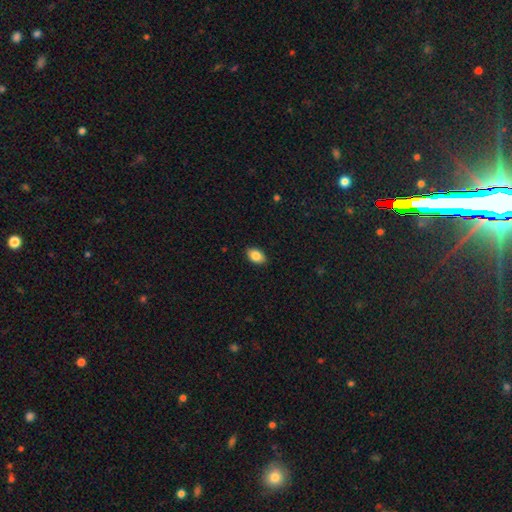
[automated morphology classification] smooth 86%, star or artifact 8%, featured or disk 7%. Down the decision tree: how rounded — in between (88%); merging — none (89%).